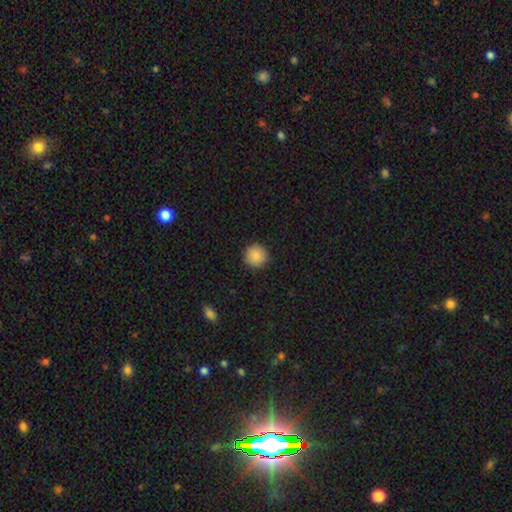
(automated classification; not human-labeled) smooth-or-featured: smooth: 88% | star or artifact: 9% | featured or disk: 3%
  how-rounded: round: 95% | in between: 4% | cigar-shaped: 1%
  merging: none: 92% | minor disturbance: 5% | major disturbance: 2% | merger: 1%